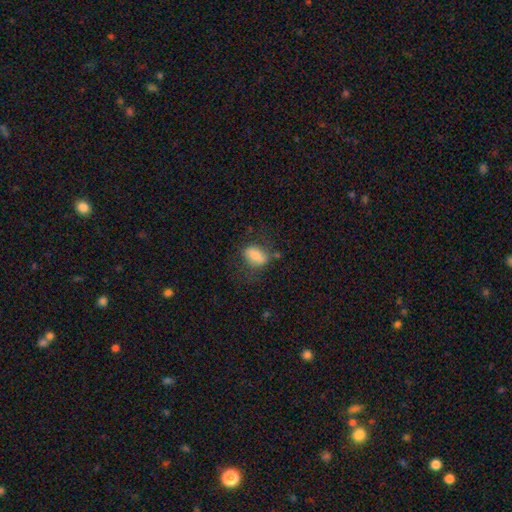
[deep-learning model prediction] Smooth or featured? Predicted: smooth (p=0.78). How rounded? Predicted: in between (p=0.86). Merging? Predicted: none (p=0.54).